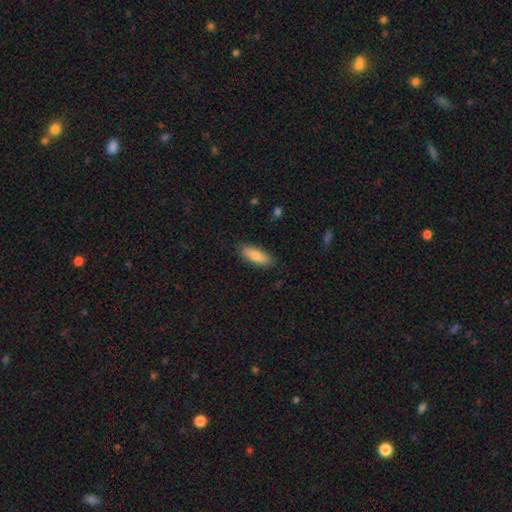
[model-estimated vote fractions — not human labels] smooth 83%, featured or disk 11%, star or artifact 6%. Down the decision tree: how rounded — in between (68%); merging — none (86%).